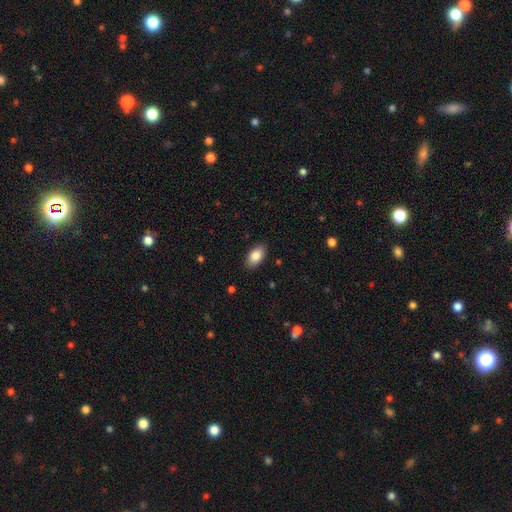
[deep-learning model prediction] This appears to be a smooth galaxy with no disk features (85%) that is in between round and cigar-shaped (93%). Merging: none (87%).